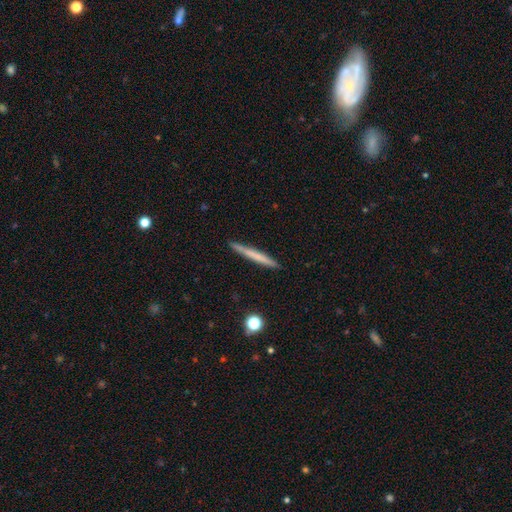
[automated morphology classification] Q: Smooth or featured?
A: smooth (59%); runner-up: featured or disk (35%)
Q: How rounded?
A: cigar-shaped (97%); runner-up: in between (2%)
Q: Merging?
A: none (91%); runner-up: minor disturbance (7%)